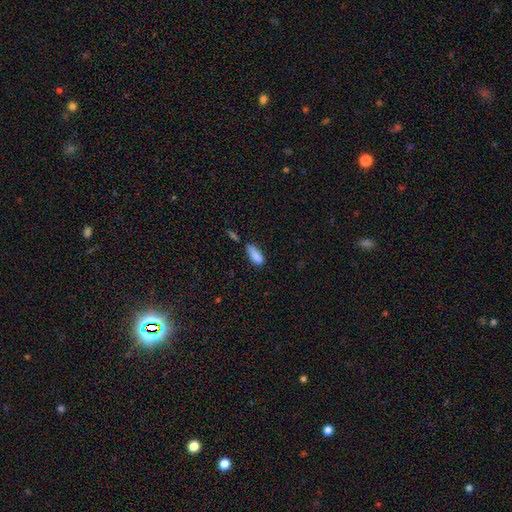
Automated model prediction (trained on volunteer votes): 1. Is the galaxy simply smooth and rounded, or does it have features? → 85% smooth, 9% star or artifact, 7% featured or disk.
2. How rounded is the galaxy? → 81% in between, 17% cigar-shaped, 2% round.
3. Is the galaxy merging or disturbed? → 44% none, 35% minor disturbance, 11% merger, 10% major disturbance.